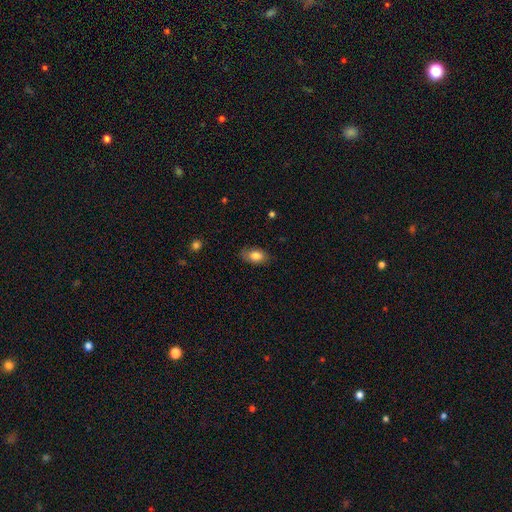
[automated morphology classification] Q: Smooth or featured?
A: smooth (81%); runner-up: featured or disk (11%)
Q: How rounded?
A: in between (89%); runner-up: round (8%)
Q: Merging?
A: none (78%); runner-up: minor disturbance (18%)